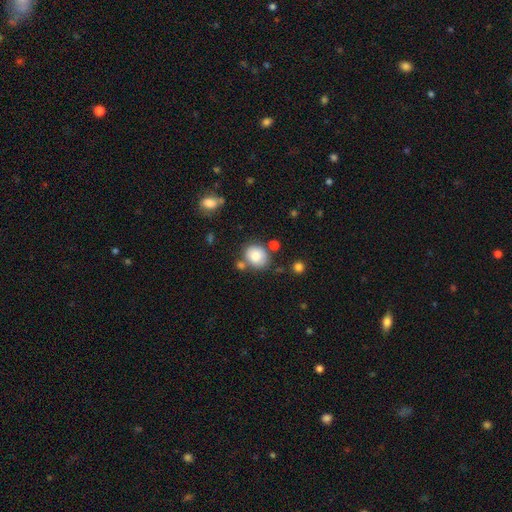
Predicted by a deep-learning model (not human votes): smooth-or-featured: smooth: 82% | star or artifact: 9% | featured or disk: 9%
  how-rounded: round: 71% | in between: 28% | cigar-shaped: 1%
  merging: none: 68% | minor disturbance: 15% | merger: 13% | major disturbance: 4%